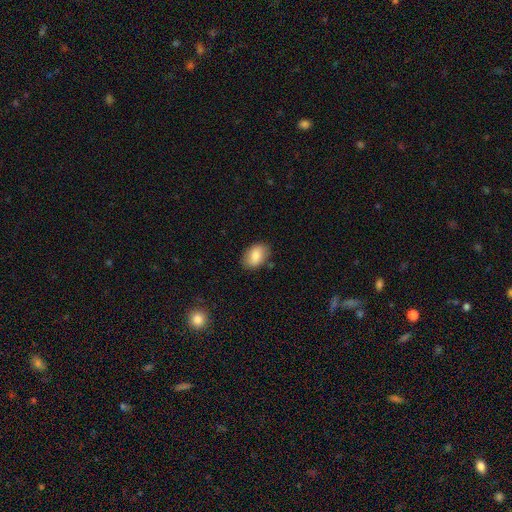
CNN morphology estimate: Smooth or featured? Predicted: smooth (p=0.81). How rounded? Predicted: in between (p=0.87). Merging? Predicted: none (p=0.82).